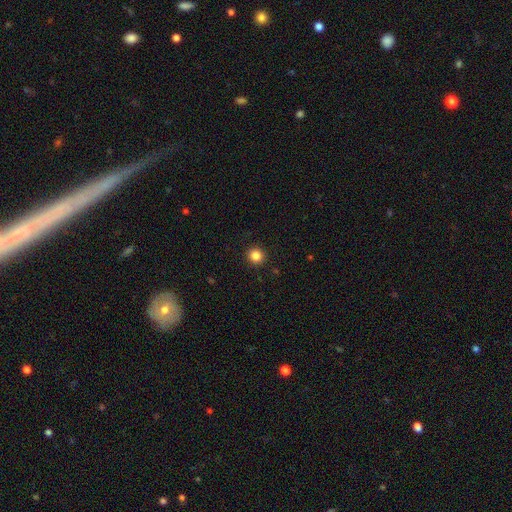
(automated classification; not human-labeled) Smooth or featured?
  - smooth: 84% *
  - star or artifact: 12%
  - featured or disk: 4%
How rounded?
  - round: 94% *
  - in between: 5%
  - cigar-shaped: 1%
Merging?
  - none: 93% *
  - minor disturbance: 4%
  - major disturbance: 2%
  - merger: 1%